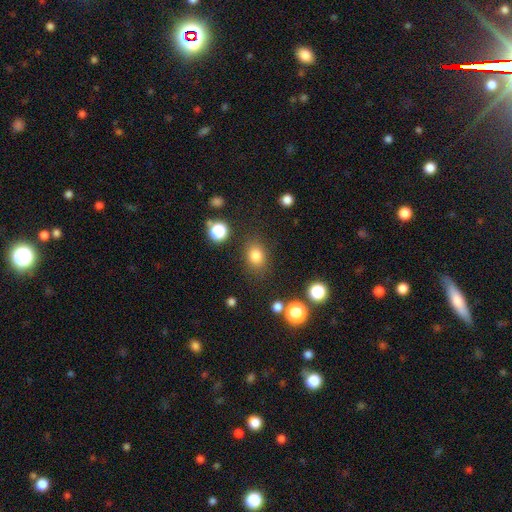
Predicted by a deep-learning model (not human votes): This is likely a smooth galaxy (80%). How rounded: possibly in between (51%). Merging: clearly none (81%).